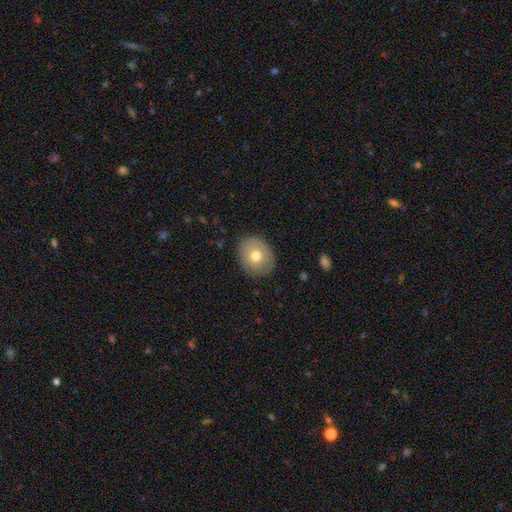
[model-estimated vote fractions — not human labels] Morphology: type=smooth (67%); roundness=round (63%); merging=none (84%).